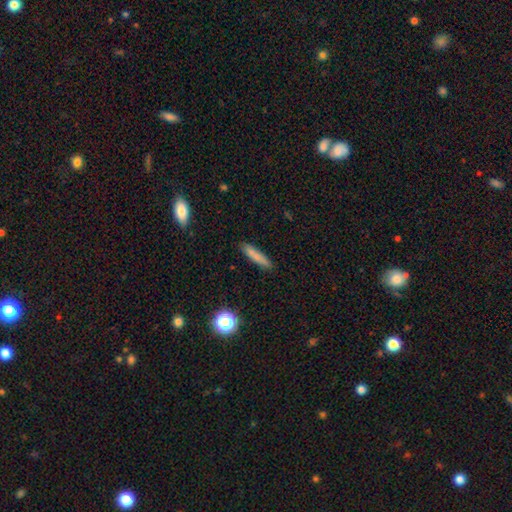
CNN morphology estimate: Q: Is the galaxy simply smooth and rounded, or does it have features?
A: smooth — 78%.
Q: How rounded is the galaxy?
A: cigar-shaped — 83%.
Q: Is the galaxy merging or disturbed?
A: none — 86%.